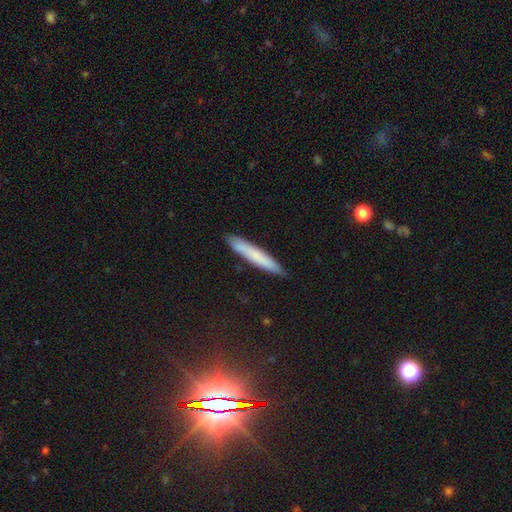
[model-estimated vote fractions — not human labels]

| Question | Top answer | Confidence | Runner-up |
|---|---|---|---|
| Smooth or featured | smooth | 70% | featured or disk (24%) |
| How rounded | cigar-shaped | 94% | in between (4%) |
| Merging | none | 89% | minor disturbance (8%) |